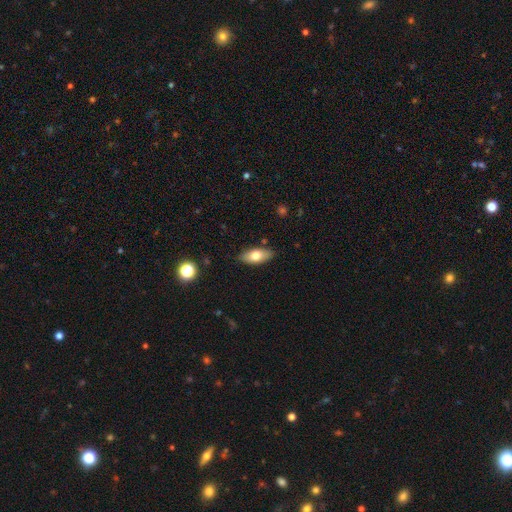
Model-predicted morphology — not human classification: This appears to be a smooth galaxy with no disk features (73%) that is in between round and cigar-shaped (86%). Merging: none (85%).